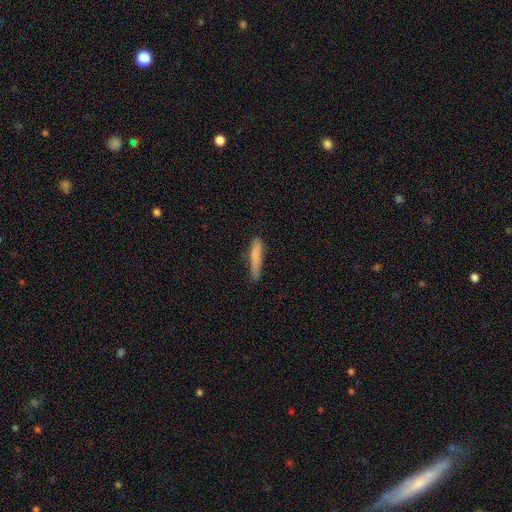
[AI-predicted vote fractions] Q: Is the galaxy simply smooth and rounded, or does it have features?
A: smooth — 80%.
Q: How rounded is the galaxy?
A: cigar-shaped — 91%.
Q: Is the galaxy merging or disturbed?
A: none — 72%.